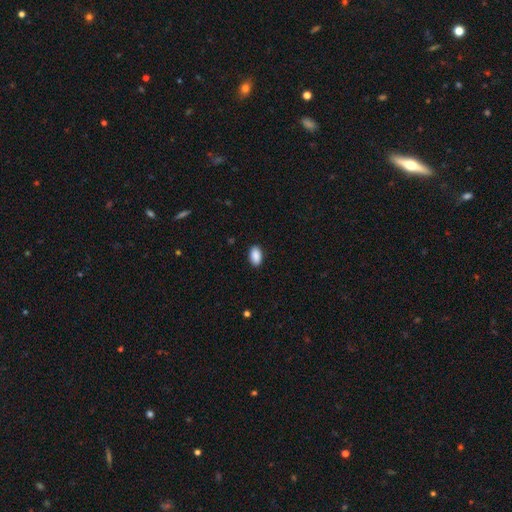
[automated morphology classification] This is clearly a smooth galaxy (90%). How rounded: clearly in between (93%). Merging: clearly none (89%).